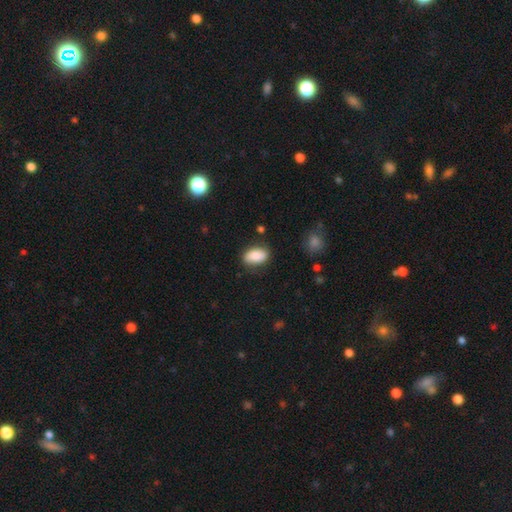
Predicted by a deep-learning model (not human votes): Smooth or featured: smooth — 79% (featured or disk — 14%)
How rounded: in between — 89% (round — 9%)
Merging: none — 77% (minor disturbance — 17%)